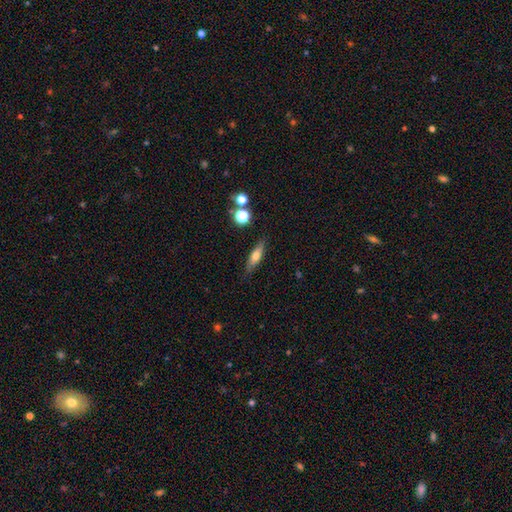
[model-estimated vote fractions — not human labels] Smooth or featured: smooth — 59% (featured or disk — 32%)
How rounded: cigar-shaped — 58% (in between — 38%)
Merging: none — 83% (minor disturbance — 12%)